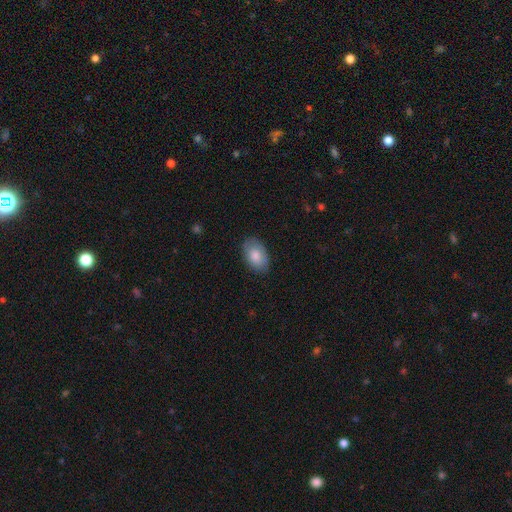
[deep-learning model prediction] Q: Smooth or featured?
A: smooth (82%); runner-up: featured or disk (12%)
Q: How rounded?
A: in between (91%); runner-up: round (8%)
Q: Merging?
A: none (82%); runner-up: minor disturbance (14%)